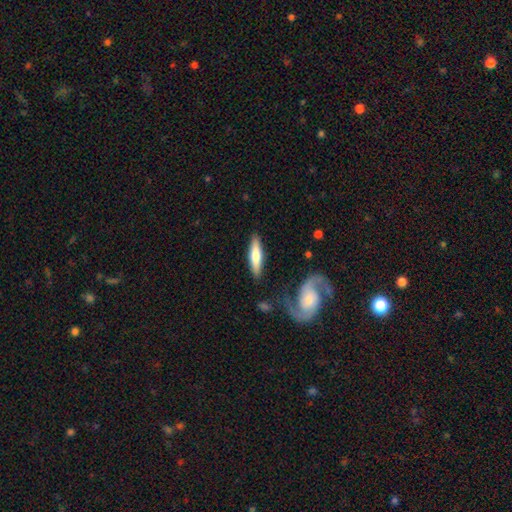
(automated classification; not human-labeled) smooth 62%, featured or disk 33%, star or artifact 5%. Down the decision tree: how rounded — cigar-shaped (74%); merging — none (85%).